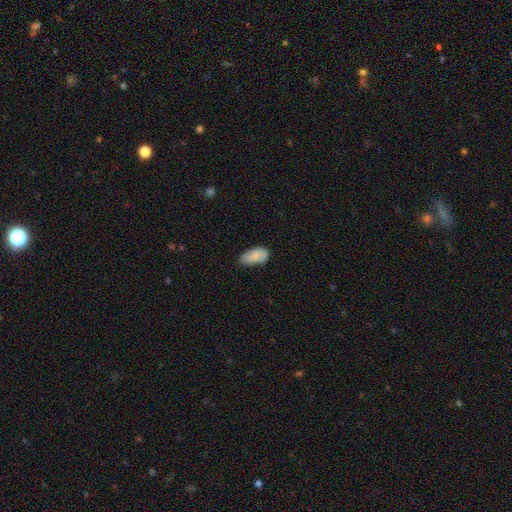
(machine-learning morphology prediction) This is clearly a smooth galaxy (83%). How rounded: clearly in between (93%). Merging: likely none (65%).